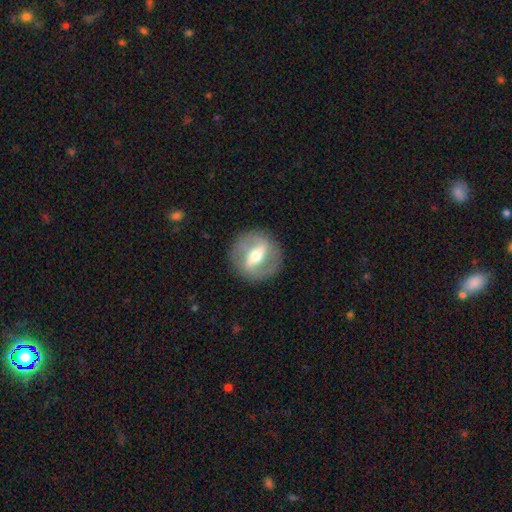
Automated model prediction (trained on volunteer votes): Q: Smooth or featured?
A: featured or disk (73%); runner-up: smooth (21%)
Q: Edge-on disk?
A: no (83%); runner-up: yes (17%)
Q: Bar?
A: strong (65%); runner-up: weak (25%)
Q: Spiral arms?
A: no (56%); runner-up: yes (44%)
Q: Bulge size?
A: moderate (68%); runner-up: small (21%)
Q: Merging?
A: none (87%); runner-up: minor disturbance (8%)